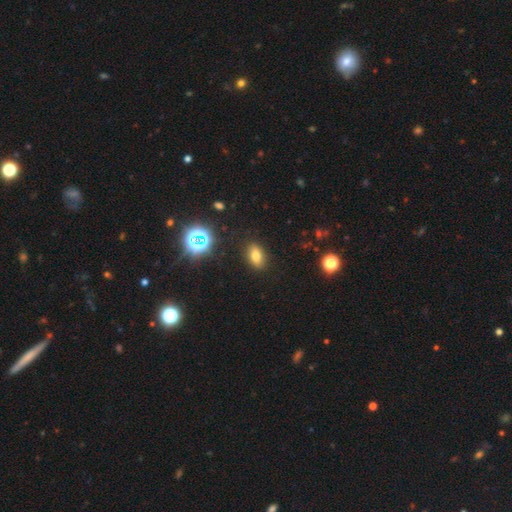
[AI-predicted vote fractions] Smooth or featured: smooth — 72% (star or artifact — 17%)
How rounded: in between — 84% (round — 13%)
Merging: none — 87% (minor disturbance — 9%)